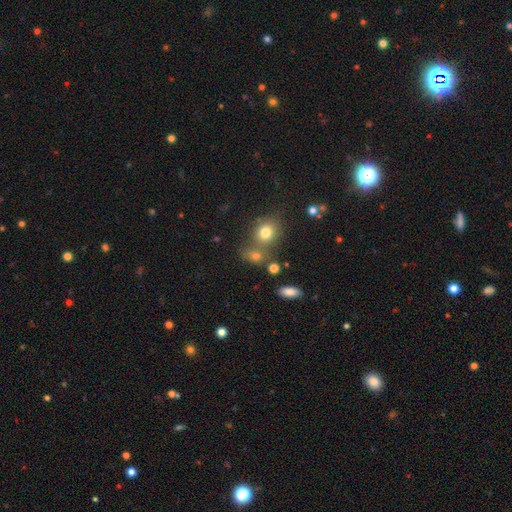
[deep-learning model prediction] smooth_or_featured: smooth (p=0.74) [alt: star or artifact p=0.16]
how_rounded: round (p=0.57) [alt: in between p=0.41]
merging: none (p=0.54) [alt: merger p=0.27]